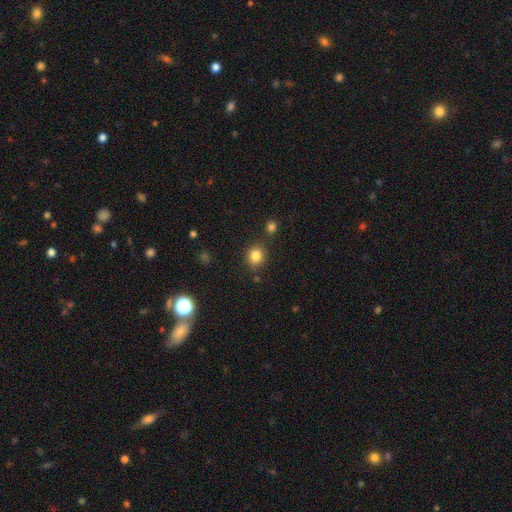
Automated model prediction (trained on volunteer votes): Smooth or featured? smooth (82%)
How rounded? round (84%)
Merging? none (79%)